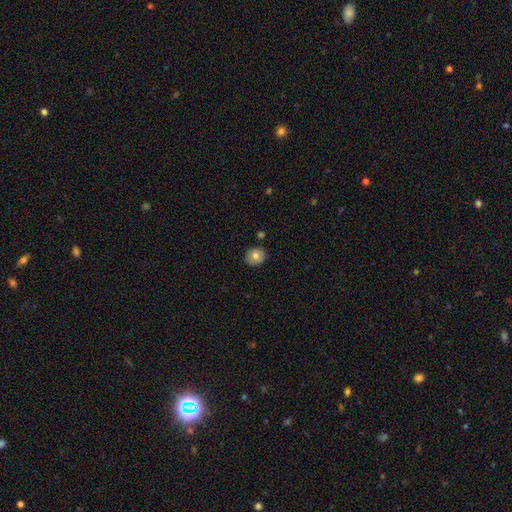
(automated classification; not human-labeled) Smooth or featured? smooth (71%)
How rounded? round (79%)
Merging? none (86%)